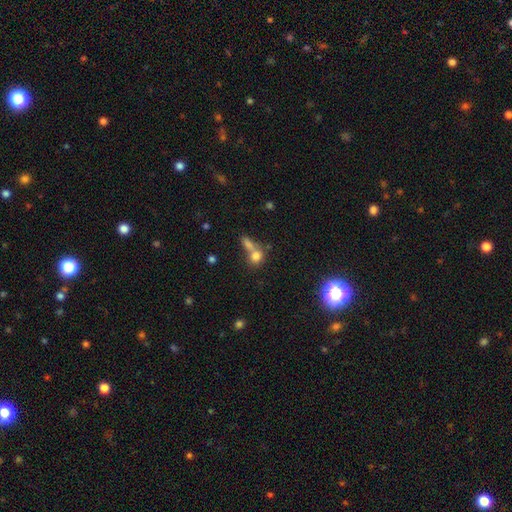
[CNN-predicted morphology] Smooth or featured: smooth — 75% (star or artifact — 14%)
How rounded: round — 65% (in between — 32%)
Merging: merger — 49% (none — 37%)